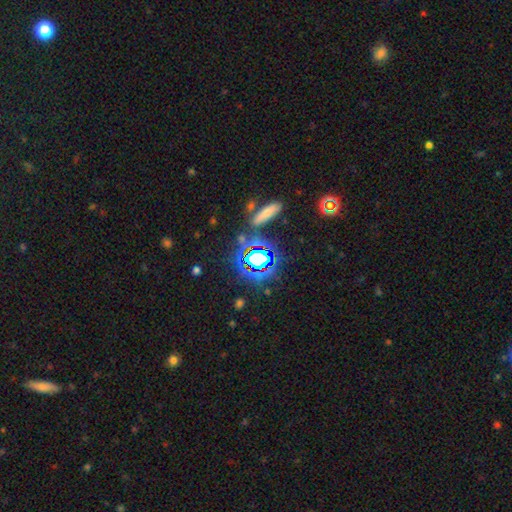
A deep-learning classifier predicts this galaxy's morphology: A star or artifact, not a galaxy (65%).

Vote fractions:
- Smooth or featured? star or artifact: 65% / smooth: 23% / featured or disk: 12%